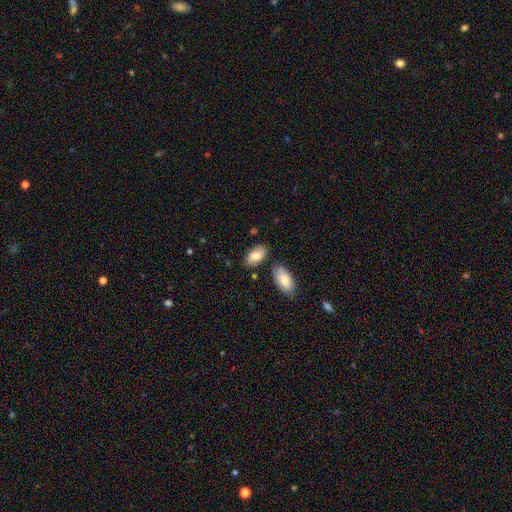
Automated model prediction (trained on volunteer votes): smooth 79%, featured or disk 14%, star or artifact 6%. Down the decision tree: how rounded — in between (94%); merging — none (76%).